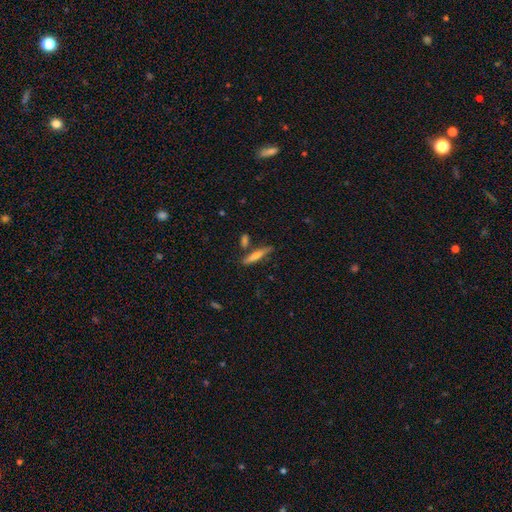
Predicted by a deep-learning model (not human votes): Smooth or featured?
  - smooth: 60% *
  - featured or disk: 34%
  - star or artifact: 7%
How rounded?
  - cigar-shaped: 87% *
  - in between: 11%
  - round: 2%
Merging?
  - none: 75% *
  - minor disturbance: 14%
  - merger: 8%
  - major disturbance: 3%